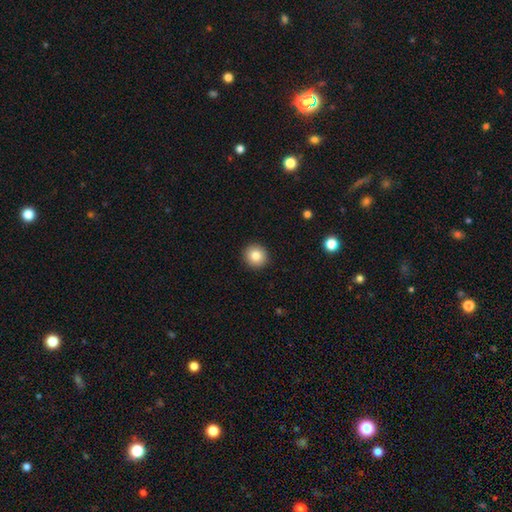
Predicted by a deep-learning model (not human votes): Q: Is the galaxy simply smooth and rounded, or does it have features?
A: smooth — 82%.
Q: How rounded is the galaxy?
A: round — 93%.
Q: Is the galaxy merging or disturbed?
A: none — 93%.